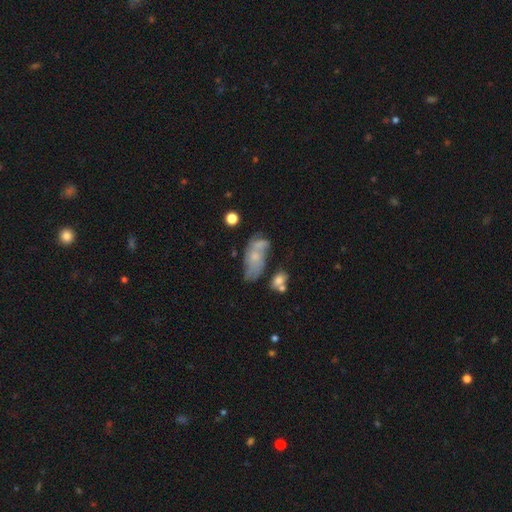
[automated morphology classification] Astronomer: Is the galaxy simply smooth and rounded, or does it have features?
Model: featured or disk — 53% (runner-up: smooth, 36%).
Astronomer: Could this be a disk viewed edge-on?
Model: no — 92%.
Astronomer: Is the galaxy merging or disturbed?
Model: none — 39% (runner-up: minor disturbance, 25%).